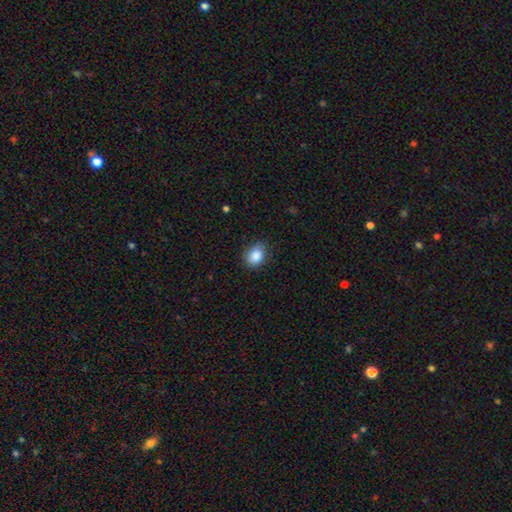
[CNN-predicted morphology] Smooth or featured? Predicted: smooth (p=0.87). How rounded? Predicted: in between (p=0.62). Merging? Predicted: none (p=0.76).